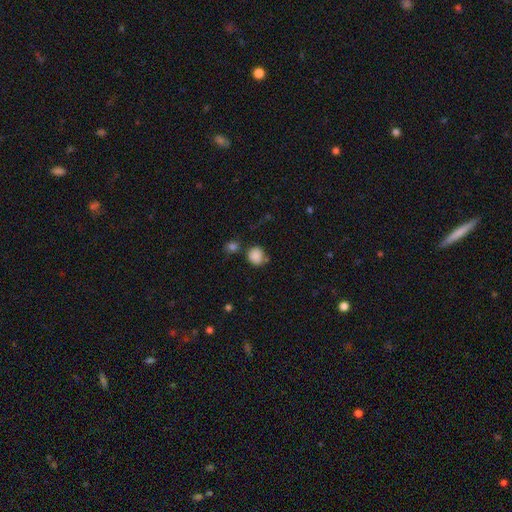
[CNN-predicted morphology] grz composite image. It shows a smooth galaxy with no disk features (86%) that is round (82%). Merging: none (67%).